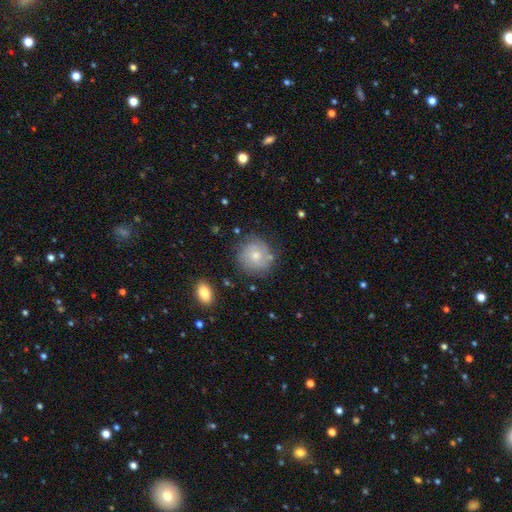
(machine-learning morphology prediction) Overall: smooth (56%; featured or disk 36%). How rounded: round (90%). Merging: none (73%).